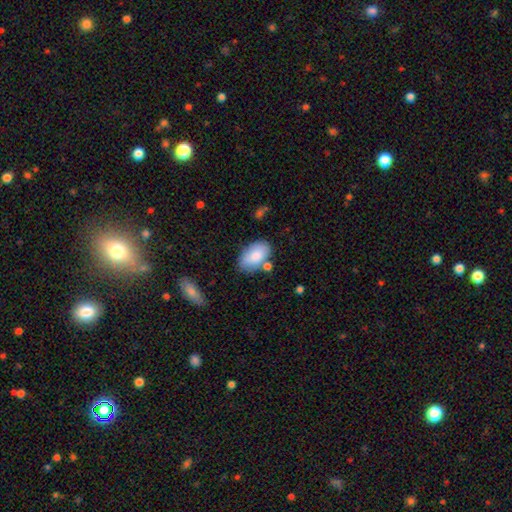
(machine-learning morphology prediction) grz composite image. It shows a smooth galaxy with no disk features (82%) that is in between round and cigar-shaped (93%). Merging: none (69%).